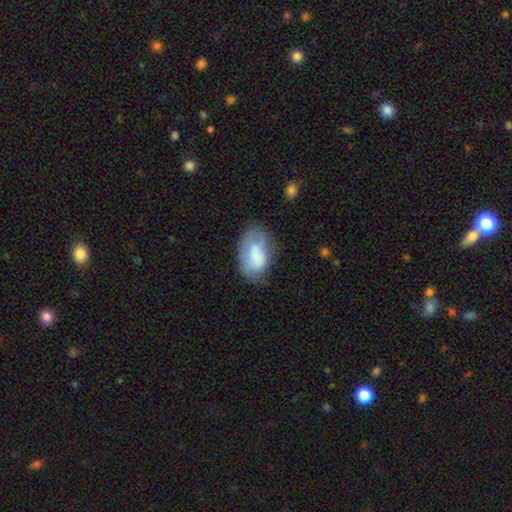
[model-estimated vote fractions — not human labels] A smooth galaxy with no disk features (67%) that is in between round and cigar-shaped (89%). Merging: none (46%).